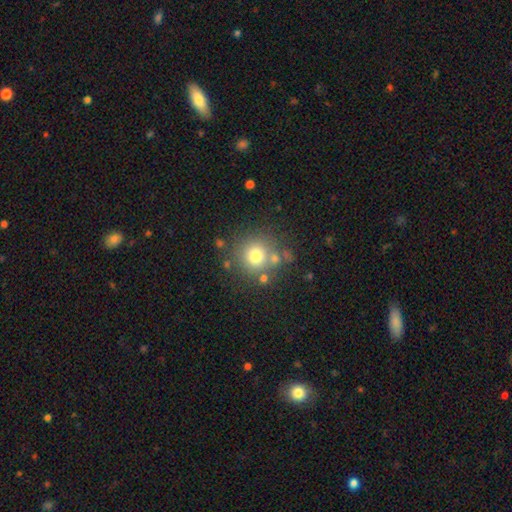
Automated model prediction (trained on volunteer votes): This is likely a smooth galaxy (73%). How rounded: clearly round (93%). Merging: likely none (75%).